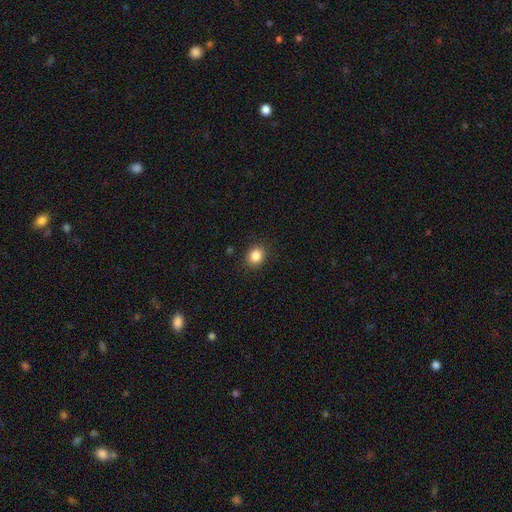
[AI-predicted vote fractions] A smooth galaxy with no disk features (85%) that is round (71%). Merging: none (89%).